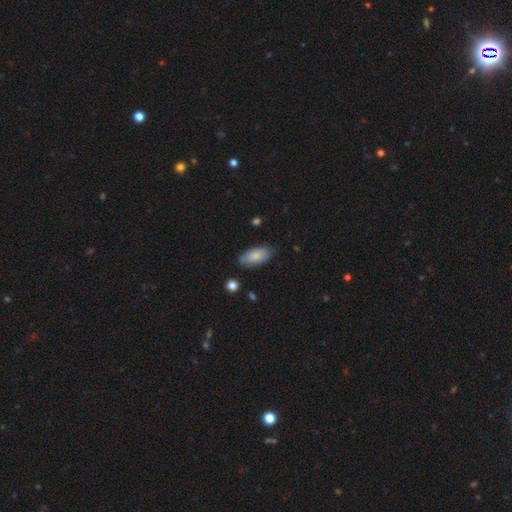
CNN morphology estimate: A smooth galaxy with no disk features (83%) that is in between round and cigar-shaped (90%). Merging: none (75%).